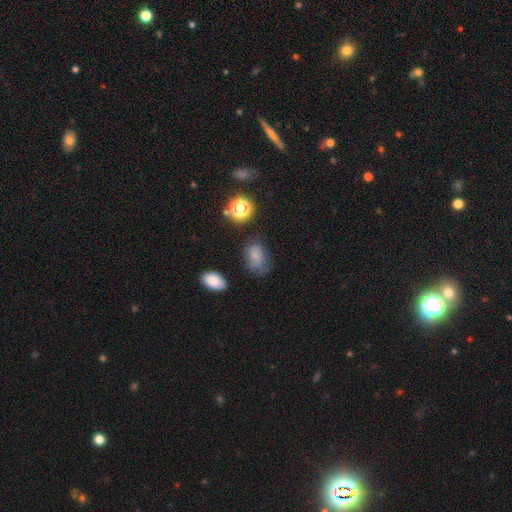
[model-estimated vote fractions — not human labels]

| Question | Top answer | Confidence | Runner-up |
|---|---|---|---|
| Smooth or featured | smooth | 71% | star or artifact (16%) |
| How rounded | in between | 81% | round (18%) |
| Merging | none | 52% | minor disturbance (30%) |